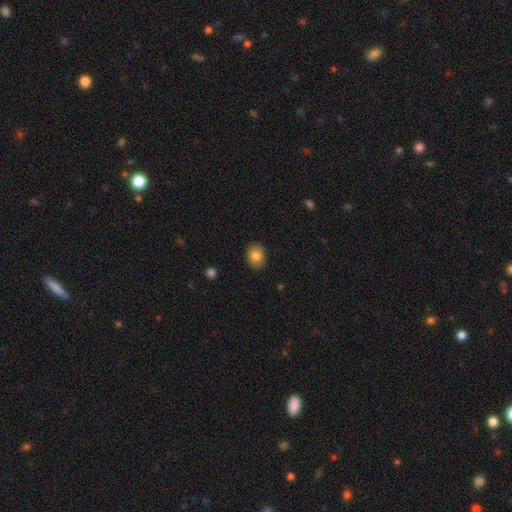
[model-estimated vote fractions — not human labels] Smooth or featured?
  - smooth: 84% *
  - star or artifact: 9%
  - featured or disk: 8%
How rounded?
  - in between: 56% *
  - round: 44%
  - cigar-shaped: 1%
Merging?
  - none: 88% *
  - minor disturbance: 9%
  - major disturbance: 2%
  - merger: 1%